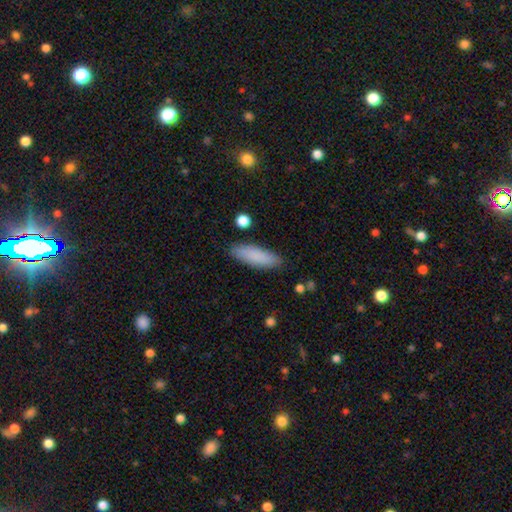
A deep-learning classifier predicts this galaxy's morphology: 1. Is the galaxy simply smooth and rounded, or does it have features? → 87% smooth, 7% featured or disk, 6% star or artifact.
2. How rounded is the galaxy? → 51% cigar-shaped, 47% in between, 2% round.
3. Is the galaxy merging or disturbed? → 87% none, 9% minor disturbance, 2% major disturbance, 2% merger.